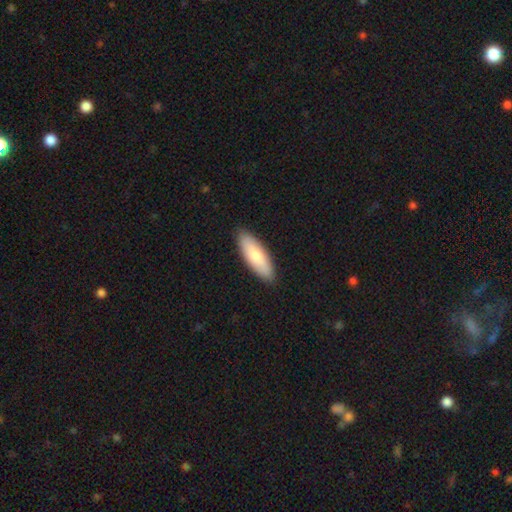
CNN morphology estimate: smooth_or_featured: smooth (p=0.78) [alt: featured or disk p=0.18]
how_rounded: in between (p=0.64) [alt: cigar-shaped p=0.35]
merging: none (p=0.89) [alt: minor disturbance p=0.08]